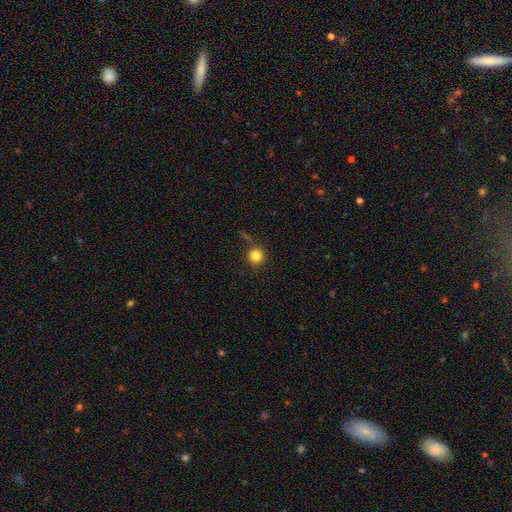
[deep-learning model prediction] Smooth or featured?
  - smooth: 83% *
  - star or artifact: 12%
  - featured or disk: 6%
How rounded?
  - round: 95% *
  - in between: 4%
  - cigar-shaped: 1%
Merging?
  - none: 82% *
  - minor disturbance: 10%
  - merger: 5%
  - major disturbance: 4%